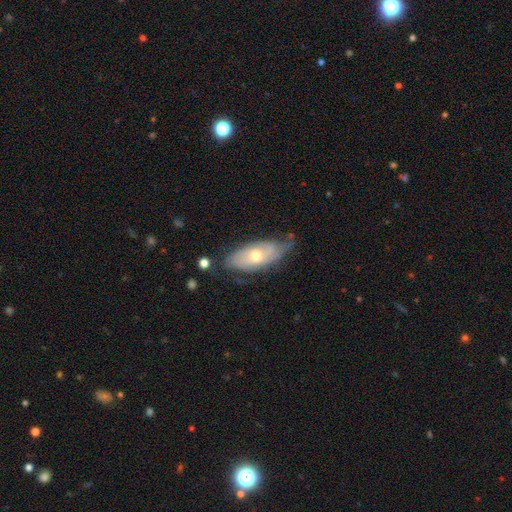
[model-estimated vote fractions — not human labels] Smooth or featured? Predicted: featured or disk (p=0.56). Edge-on disk? Predicted: no (p=0.81). Merging? Predicted: none (p=0.55).